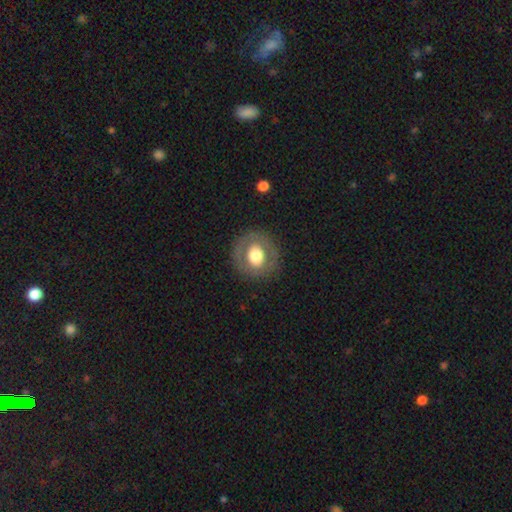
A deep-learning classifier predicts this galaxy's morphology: type=smooth (54%); roundness=round (83%); merging=none (83%).